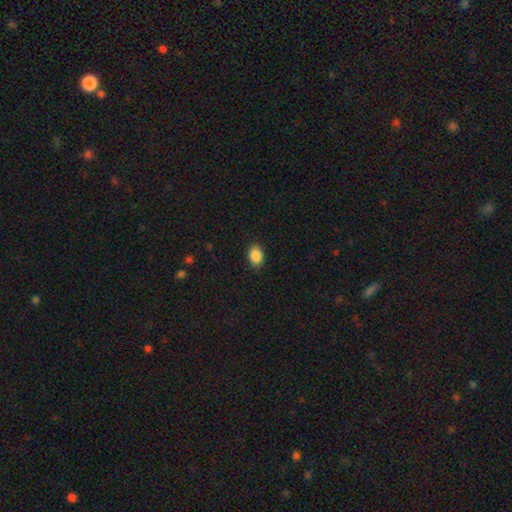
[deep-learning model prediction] Smooth or featured? smooth (88%)
How rounded? in between (74%)
Merging? none (88%)